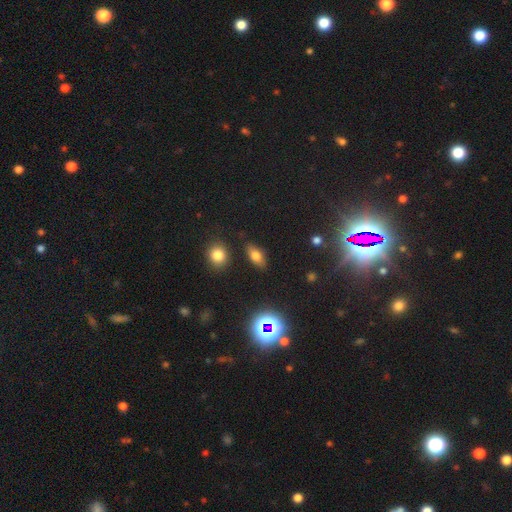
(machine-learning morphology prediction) smooth 71%, star or artifact 15%, featured or disk 14%. Down the decision tree: how rounded — in between (84%); merging — none (84%).